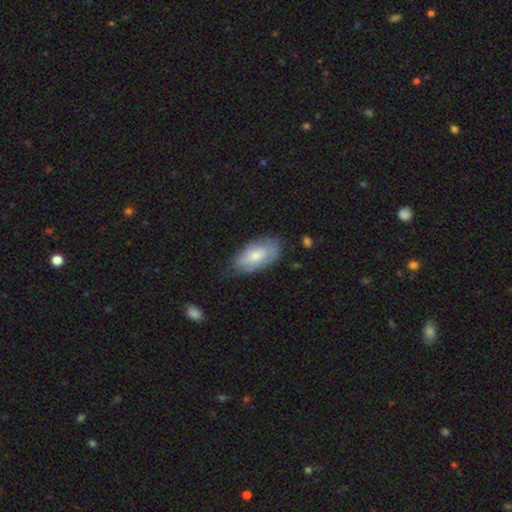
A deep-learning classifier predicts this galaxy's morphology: type=smooth (68%); roundness=in between (93%); merging=none (70%).